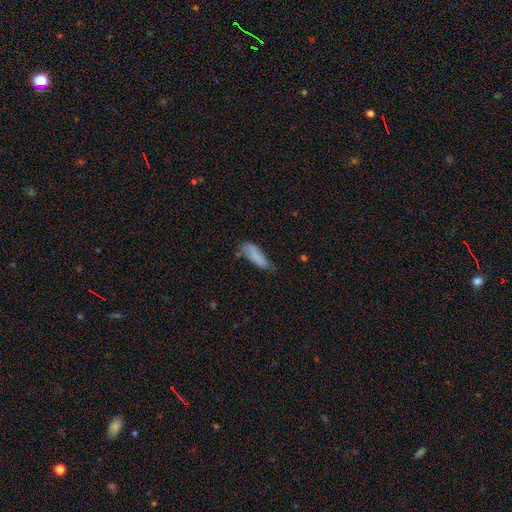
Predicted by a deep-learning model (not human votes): smooth 81%, featured or disk 11%, star or artifact 8%. Down the decision tree: how rounded — in between (62%); merging — none (45%).